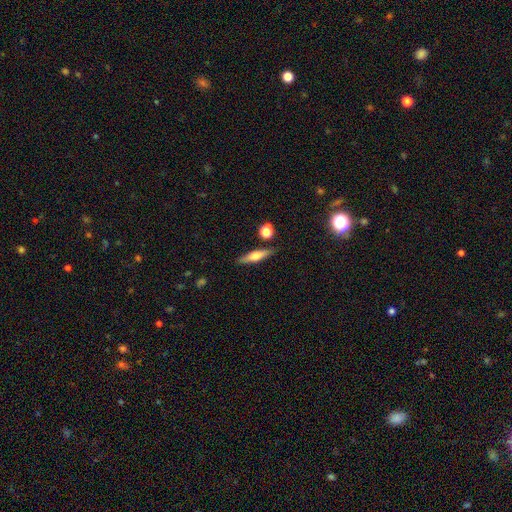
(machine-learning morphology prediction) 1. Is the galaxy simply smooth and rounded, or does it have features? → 51% smooth, 41% featured or disk, 8% star or artifact.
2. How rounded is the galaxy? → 72% cigar-shaped, 25% in between, 4% round.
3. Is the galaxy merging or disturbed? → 84% none, 9% minor disturbance, 4% merger, 2% major disturbance.